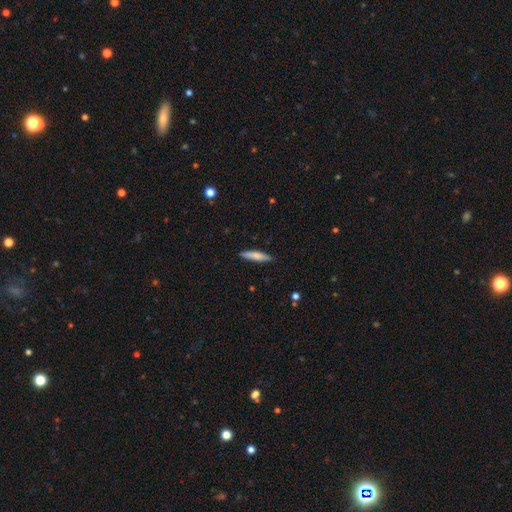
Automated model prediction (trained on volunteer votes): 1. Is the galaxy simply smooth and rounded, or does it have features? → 74% smooth, 20% featured or disk, 6% star or artifact.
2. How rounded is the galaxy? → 85% cigar-shaped, 13% in between, 1% round.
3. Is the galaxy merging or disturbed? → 87% none, 10% minor disturbance, 2% major disturbance, 1% merger.